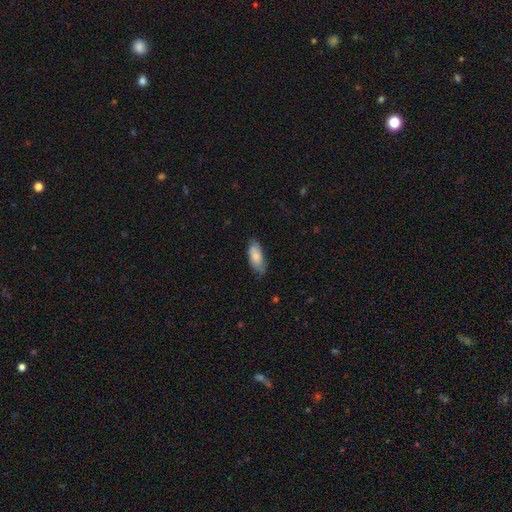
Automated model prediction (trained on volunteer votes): Smooth or featured: smooth — 79% (featured or disk — 15%)
How rounded: in between — 83% (cigar-shaped — 15%)
Merging: none — 71% (minor disturbance — 24%)